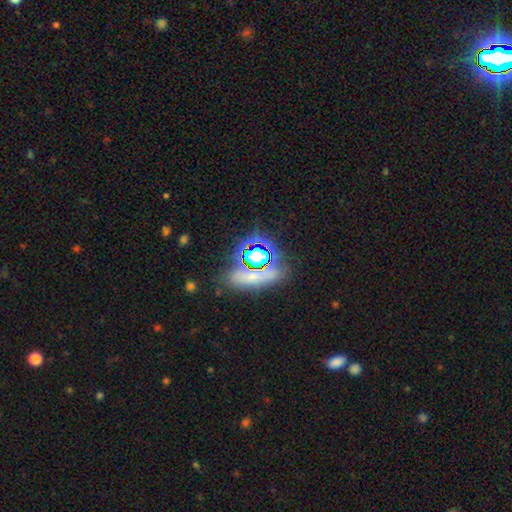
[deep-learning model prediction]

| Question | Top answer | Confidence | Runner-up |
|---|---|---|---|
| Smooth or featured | star or artifact | 43% | tied: smooth (43%) |